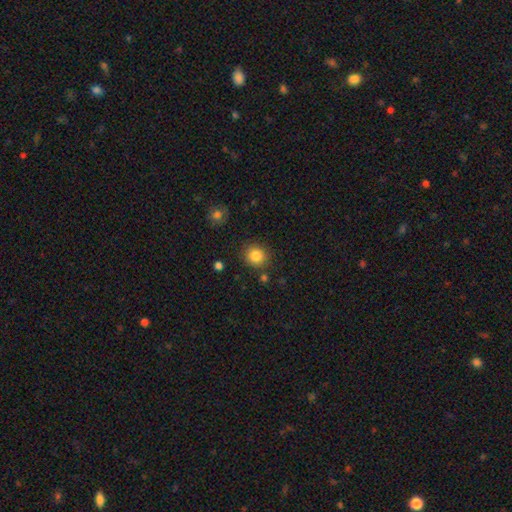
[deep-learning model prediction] Smooth or featured?
  - smooth: 85% *
  - star or artifact: 10%
  - featured or disk: 5%
How rounded?
  - round: 87% *
  - in between: 12%
  - cigar-shaped: 1%
Merging?
  - none: 85% *
  - minor disturbance: 9%
  - merger: 3%
  - major disturbance: 3%